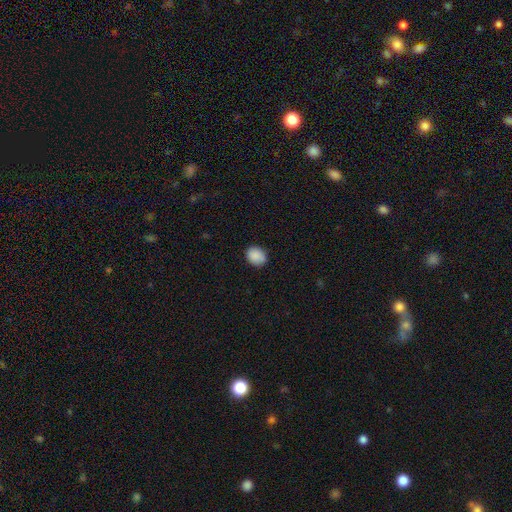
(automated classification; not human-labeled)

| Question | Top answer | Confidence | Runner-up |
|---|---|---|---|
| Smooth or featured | smooth | 89% | star or artifact (8%) |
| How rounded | round | 50% | in between (49%) |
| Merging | none | 85% | minor disturbance (12%) |